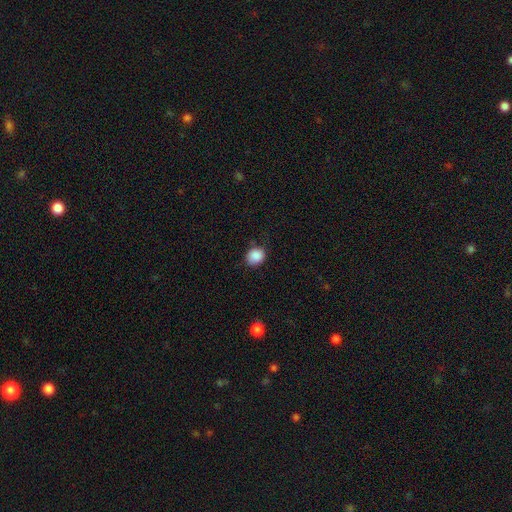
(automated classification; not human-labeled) Smooth or featured? smooth (88%)
How rounded? round (69%)
Merging? none (77%)